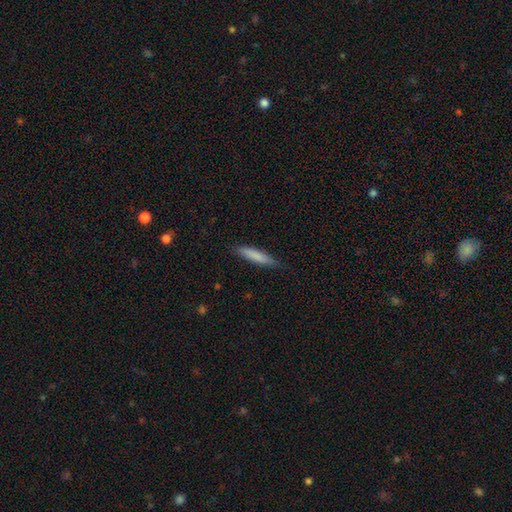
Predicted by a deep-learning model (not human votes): Morphology: type=smooth (81%); roundness=cigar-shaped (86%); merging=none (83%).